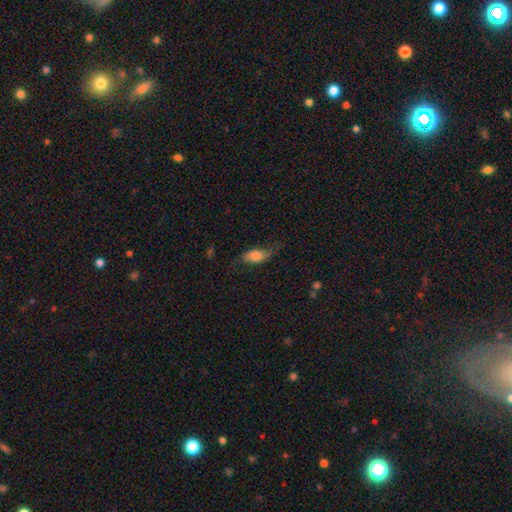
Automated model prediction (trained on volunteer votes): This appears to be a smooth galaxy with no disk features (66%) that is in between round and cigar-shaped (86%). Merging: none (55%).